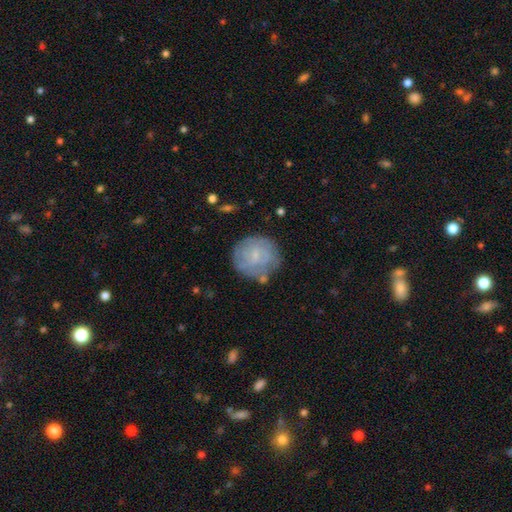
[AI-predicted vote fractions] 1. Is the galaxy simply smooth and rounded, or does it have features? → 51% featured or disk, 42% smooth, 8% star or artifact.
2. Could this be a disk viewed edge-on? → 98% no, 2% yes.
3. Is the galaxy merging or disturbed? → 68% none, 20% minor disturbance, 7% major disturbance, 4% merger.